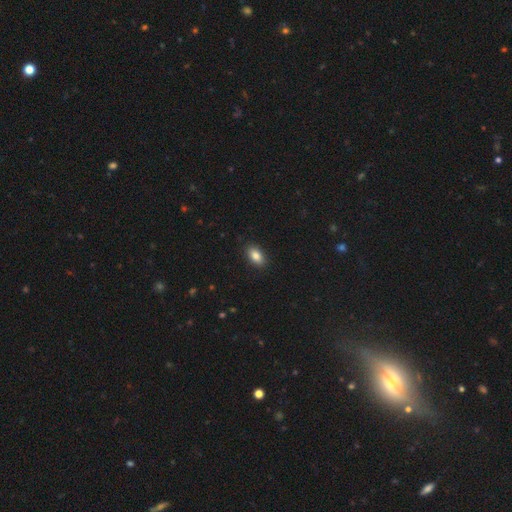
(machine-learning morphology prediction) A smooth galaxy with no disk features (85%) that is in between round and cigar-shaped (91%). Merging: none (89%).